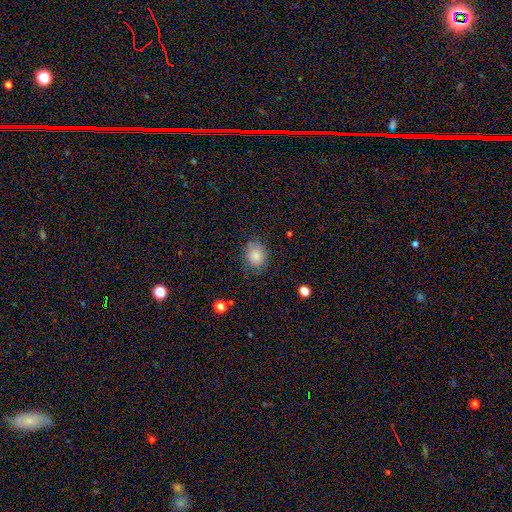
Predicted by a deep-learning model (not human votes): Smooth or featured?
  - smooth: 81% *
  - featured or disk: 10%
  - star or artifact: 9%
How rounded?
  - round: 53% *
  - in between: 46%
  - cigar-shaped: 1%
Merging?
  - none: 69% *
  - minor disturbance: 22%
  - major disturbance: 7%
  - merger: 2%